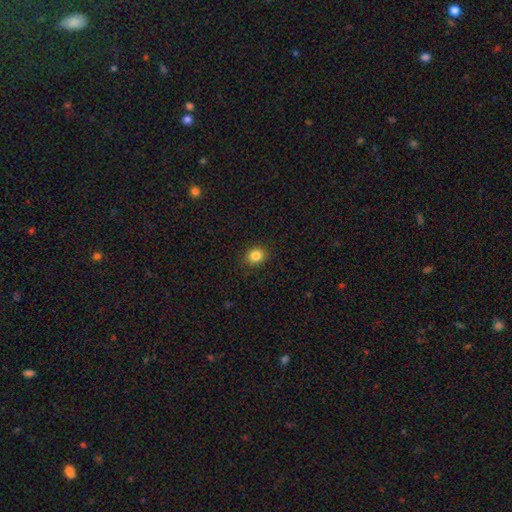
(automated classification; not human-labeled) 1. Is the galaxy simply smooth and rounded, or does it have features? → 84% smooth, 11% star or artifact, 5% featured or disk.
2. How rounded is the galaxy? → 65% round, 34% in between, 1% cigar-shaped.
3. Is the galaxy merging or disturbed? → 90% none, 7% minor disturbance, 2% major disturbance, 1% merger.